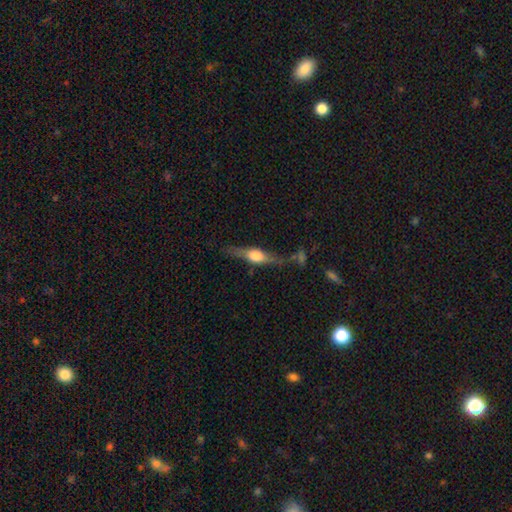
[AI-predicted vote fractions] A featured or disk galaxy (65%) viewed edge-on (92%) with a rounded central bulge (88%). Merging: none (66%).